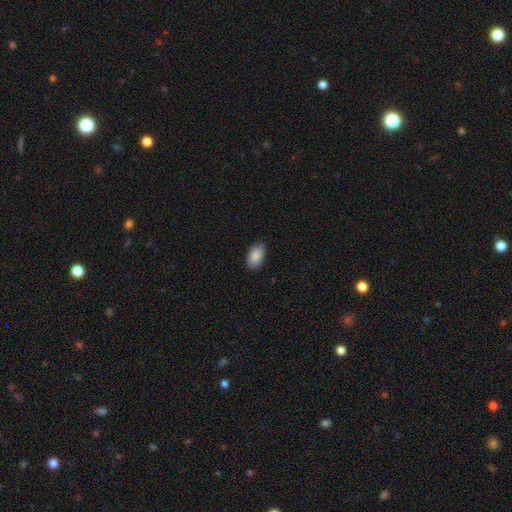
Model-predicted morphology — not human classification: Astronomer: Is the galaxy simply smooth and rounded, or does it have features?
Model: smooth — 89%.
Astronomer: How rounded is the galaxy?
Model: in between — 94%.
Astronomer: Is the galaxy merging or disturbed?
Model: none — 87%.